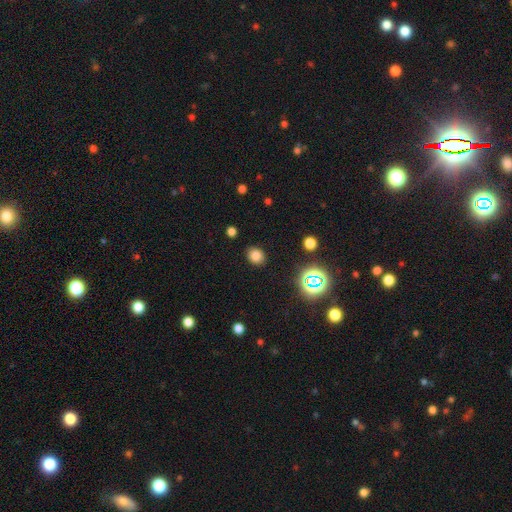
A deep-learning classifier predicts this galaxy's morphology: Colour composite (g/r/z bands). It shows a smooth galaxy with no disk features (78%) that is round (53%). Merging: none (87%).